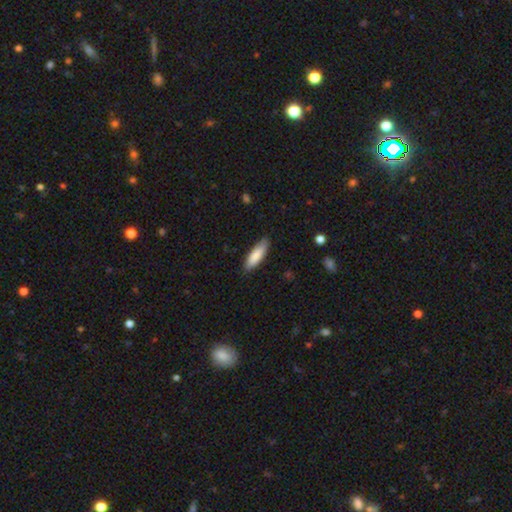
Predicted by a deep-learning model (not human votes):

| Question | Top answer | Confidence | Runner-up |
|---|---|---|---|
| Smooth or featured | smooth | 84% | featured or disk (11%) |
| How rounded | cigar-shaped | 54% | in between (45%) |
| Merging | none | 85% | minor disturbance (12%) |